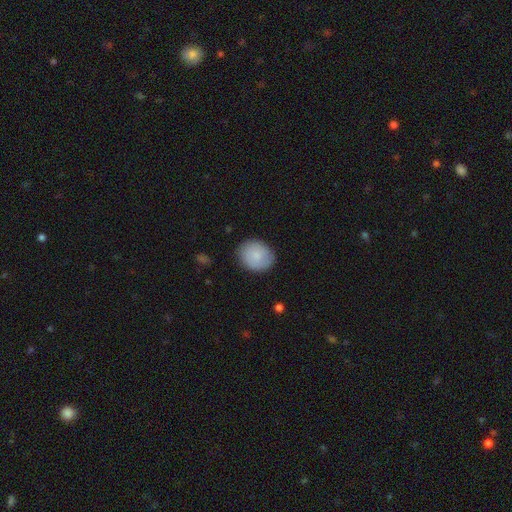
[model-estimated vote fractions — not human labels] This is clearly a smooth galaxy (82%). How rounded: likely round (60%). Merging: clearly none (84%).